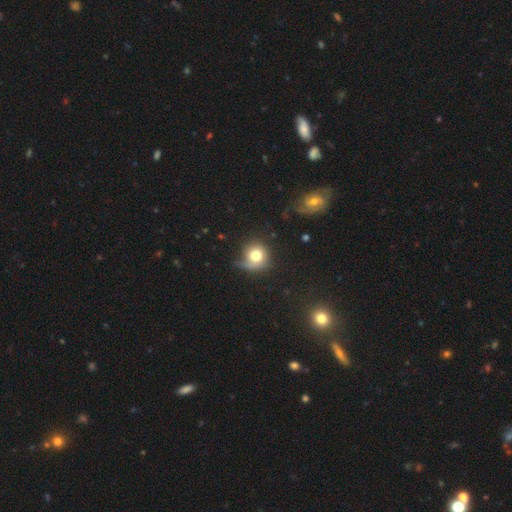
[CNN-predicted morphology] smooth_or_featured: smooth (p=0.73) [alt: featured or disk p=0.16]
how_rounded: round (p=0.90) [alt: in between p=0.09]
merging: none (p=0.56) [alt: minor disturbance p=0.27]